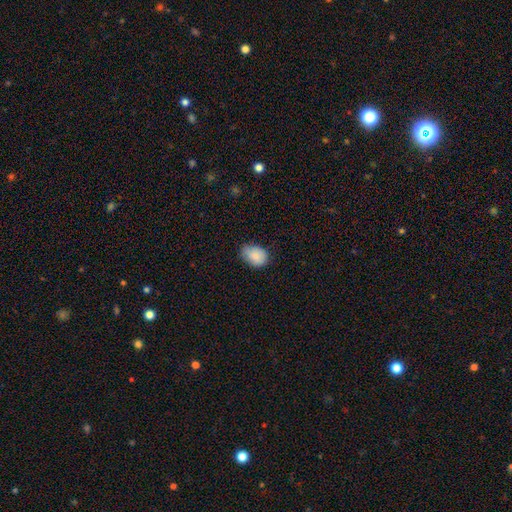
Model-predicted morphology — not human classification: Overall: smooth (86%). How rounded: in between (75%). Merging: none (59%; minor disturbance 34%).